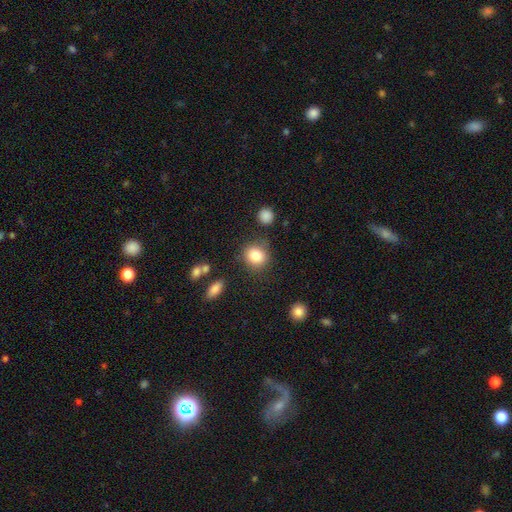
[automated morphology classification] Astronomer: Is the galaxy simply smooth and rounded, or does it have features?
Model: smooth — 84%.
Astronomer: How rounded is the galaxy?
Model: round — 78%.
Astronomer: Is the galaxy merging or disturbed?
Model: none — 77%.